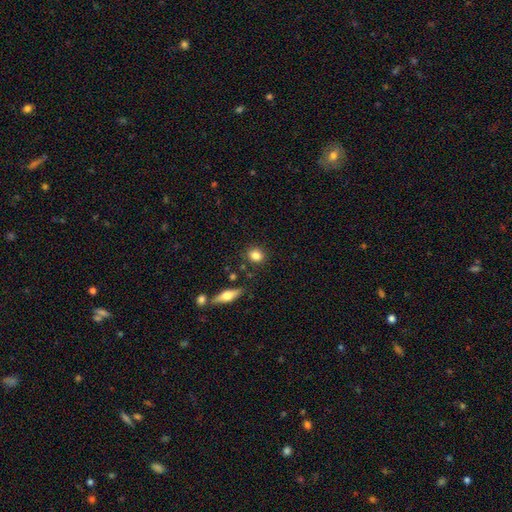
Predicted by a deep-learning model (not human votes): smooth 83%, featured or disk 9%, star or artifact 8%. Down the decision tree: how rounded — round (70%); merging — none (83%).